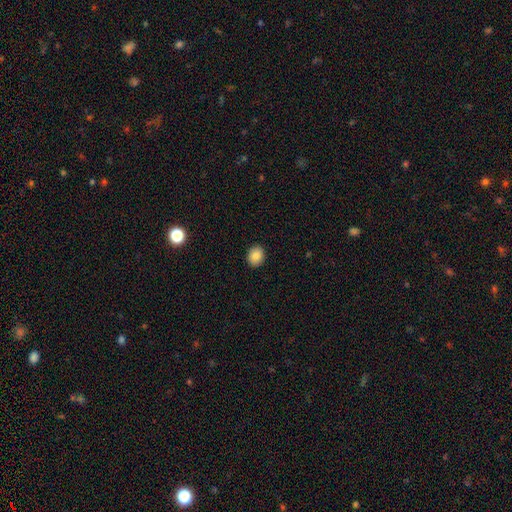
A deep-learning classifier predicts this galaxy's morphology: A smooth galaxy with no disk features (85%) that is round (62%). Merging: none (92%).